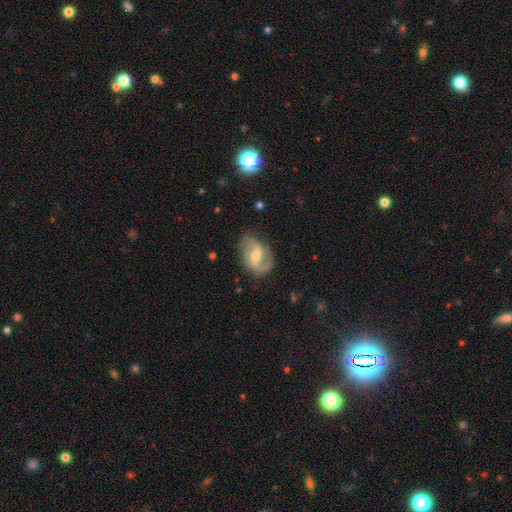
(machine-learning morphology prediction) Smooth or featured?
  - featured or disk: 84% *
  - smooth: 11%
  - star or artifact: 5%
Edge-on disk?
  - no: 97% *
  - yes: 3%
Bar?
  - weak: 52% *
  - no: 26%
  - strong: 22%
Spiral arms?
  - yes: 94% *
  - no: 6%
Spiral winding?
  - loose: 53% *
  - medium: 37%
  - tight: 10%
Spiral arm count?
  - 2: 87% *
  - 1: 6%
  - can't tell: 4%
  - 3: 1%
  - 4: 1%
  - more than 4: 1%
Bulge size?
  - moderate: 53% *
  - small: 42%
  - large: 2%
  - none: 2%
  - dominant: 1%
Merging?
  - none: 76% *
  - minor disturbance: 17%
  - major disturbance: 6%
  - merger: 1%